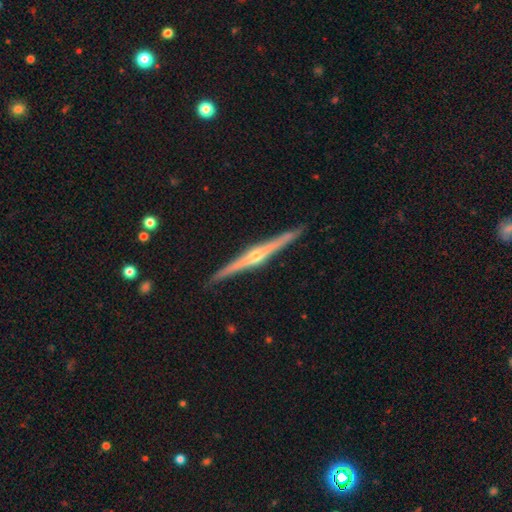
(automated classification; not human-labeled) Smooth or featured? featured or disk (85%)
Edge-on disk? yes (99%)
Edge-on bulge? rounded (86%)
Merging? none (92%)